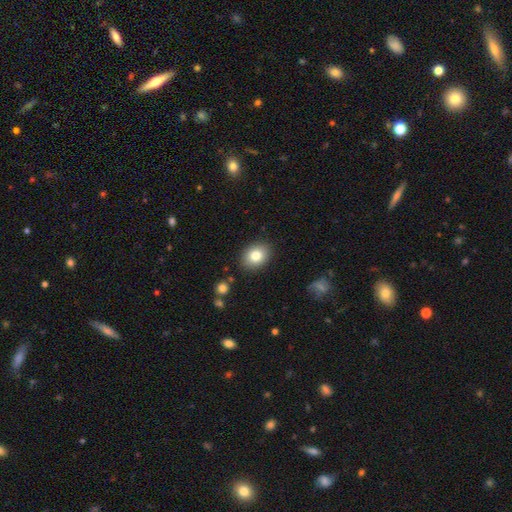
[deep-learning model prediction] Smooth or featured?
  - smooth: 81% *
  - featured or disk: 10%
  - star or artifact: 9%
How rounded?
  - in between: 63% *
  - round: 36%
  - cigar-shaped: 1%
Merging?
  - none: 87% *
  - minor disturbance: 9%
  - major disturbance: 2%
  - merger: 2%